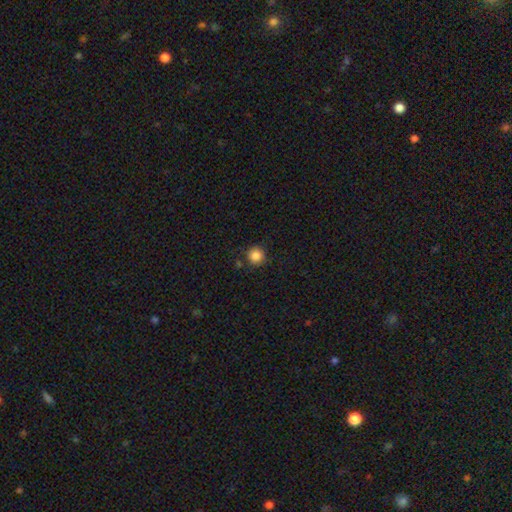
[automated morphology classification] Q: Smooth or featured?
A: smooth (86%); runner-up: star or artifact (11%)
Q: How rounded?
A: round (94%); runner-up: in between (5%)
Q: Merging?
A: none (86%); runner-up: minor disturbance (9%)